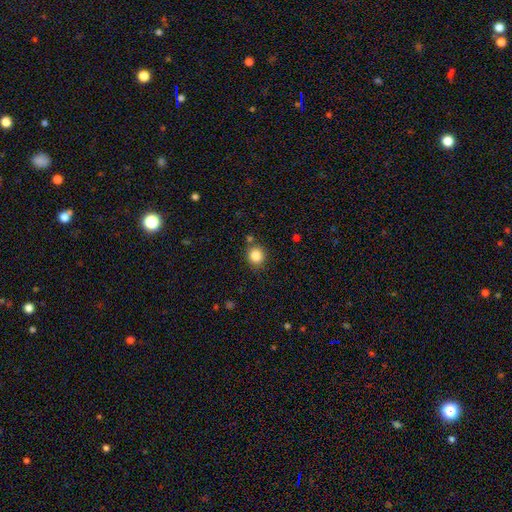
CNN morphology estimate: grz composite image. It shows a smooth galaxy with no disk features (85%) that is round (87%). Merging: none (81%).